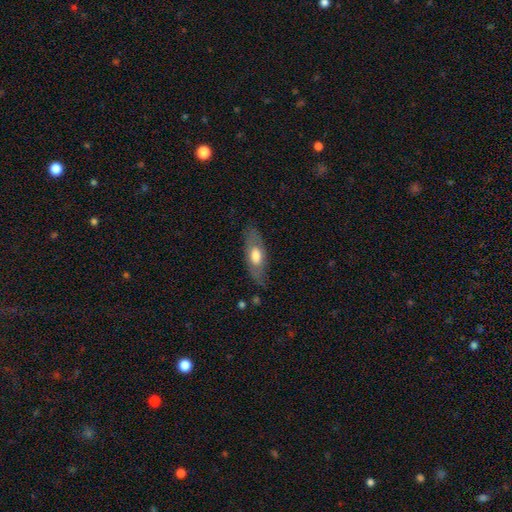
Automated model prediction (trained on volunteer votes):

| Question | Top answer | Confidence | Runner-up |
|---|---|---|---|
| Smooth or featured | smooth | 53% | featured or disk (41%) |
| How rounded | in between | 68% | cigar-shaped (28%) |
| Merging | none | 75% | minor disturbance (17%) |